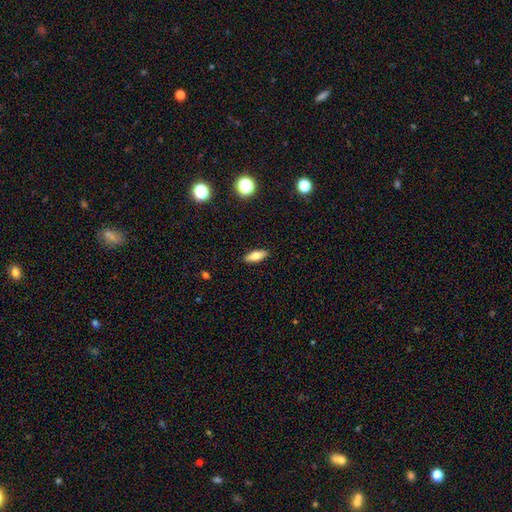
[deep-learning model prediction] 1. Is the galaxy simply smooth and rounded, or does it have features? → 72% smooth, 20% featured or disk, 8% star or artifact.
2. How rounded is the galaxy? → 68% in between, 29% cigar-shaped, 3% round.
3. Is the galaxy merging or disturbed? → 89% none, 8% minor disturbance, 2% major disturbance, 1% merger.